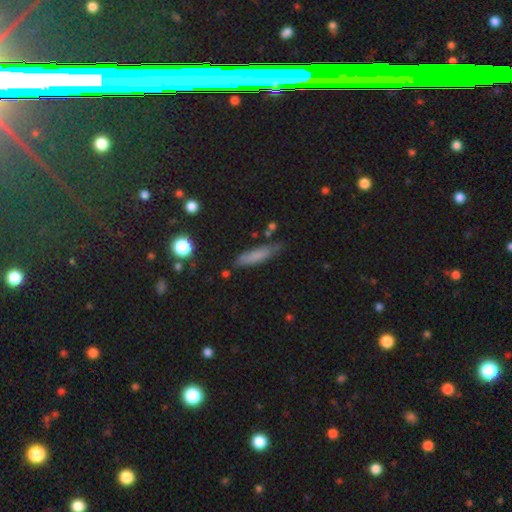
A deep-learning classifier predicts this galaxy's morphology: Smooth or featured? smooth (73%)
How rounded? cigar-shaped (77%)
Merging? none (76%)